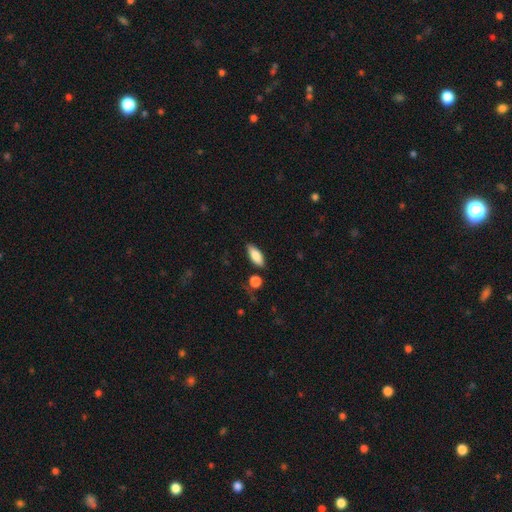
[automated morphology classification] Q: Smooth or featured?
A: smooth (82%); runner-up: featured or disk (12%)
Q: How rounded?
A: in between (78%); runner-up: cigar-shaped (20%)
Q: Merging?
A: none (80%); runner-up: minor disturbance (13%)